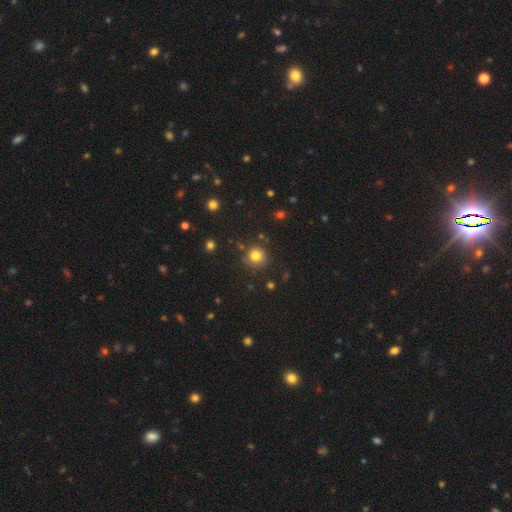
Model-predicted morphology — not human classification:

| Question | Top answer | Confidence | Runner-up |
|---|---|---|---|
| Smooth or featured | smooth | 79% | star or artifact (13%) |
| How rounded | round | 90% | in between (9%) |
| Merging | none | 78% | minor disturbance (13%) |